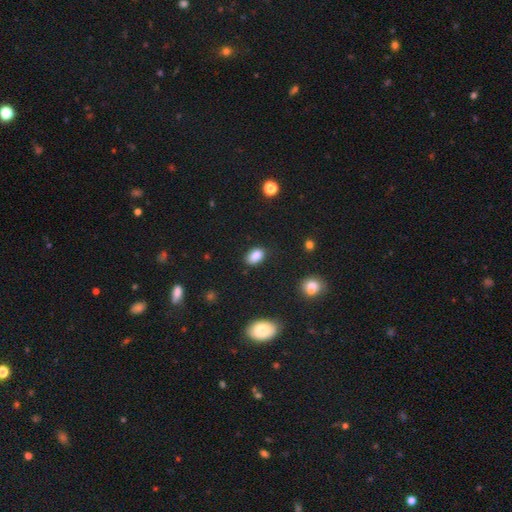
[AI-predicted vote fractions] Morphology: type=smooth (85%); roundness=in between (87%); merging=none (82%).